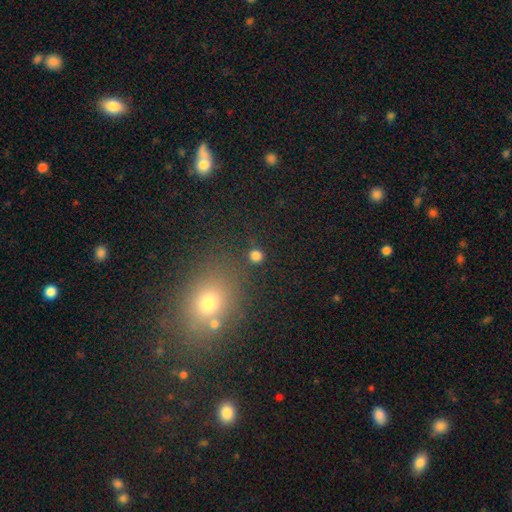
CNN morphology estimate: type=smooth (80%); roundness=round (90%); merging=none (85%).